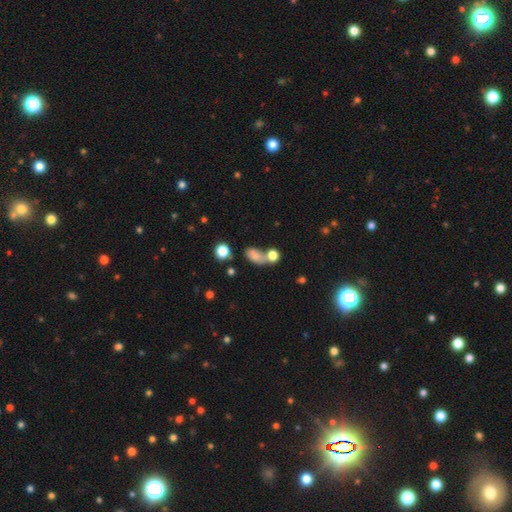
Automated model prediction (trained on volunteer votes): This appears to be a smooth galaxy with no disk features (73%) that is in between round and cigar-shaped (72%). Merging: merger (40%).